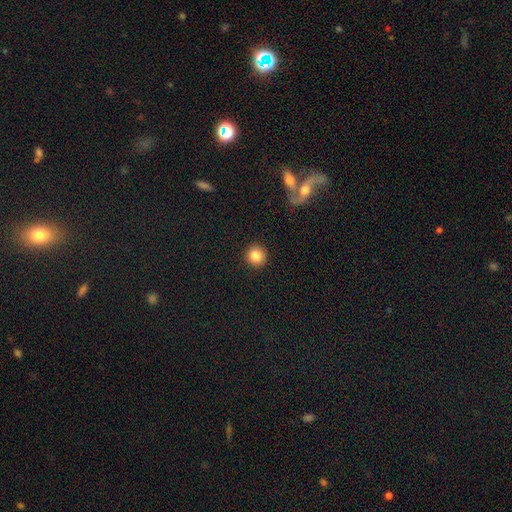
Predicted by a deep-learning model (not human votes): Smooth or featured?
  - smooth: 85% *
  - star or artifact: 9%
  - featured or disk: 6%
How rounded?
  - round: 94% *
  - in between: 5%
  - cigar-shaped: 1%
Merging?
  - none: 92% *
  - minor disturbance: 4%
  - major disturbance: 2%
  - merger: 1%